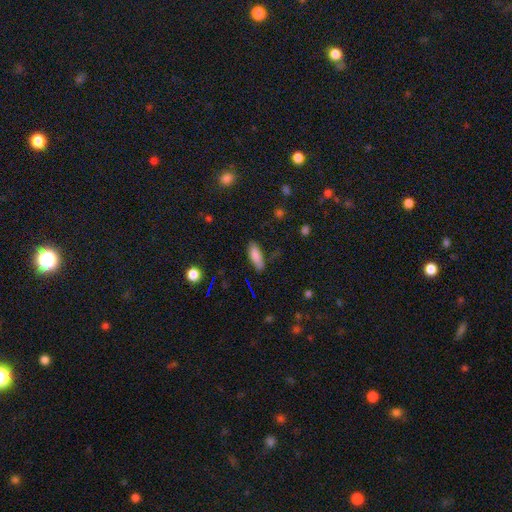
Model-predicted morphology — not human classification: smooth-or-featured: smooth: 83% | featured or disk: 9% | star or artifact: 8%
  how-rounded: in between: 66% | cigar-shaped: 32% | round: 2%
  merging: none: 80% | minor disturbance: 15% | major disturbance: 3% | merger: 2%